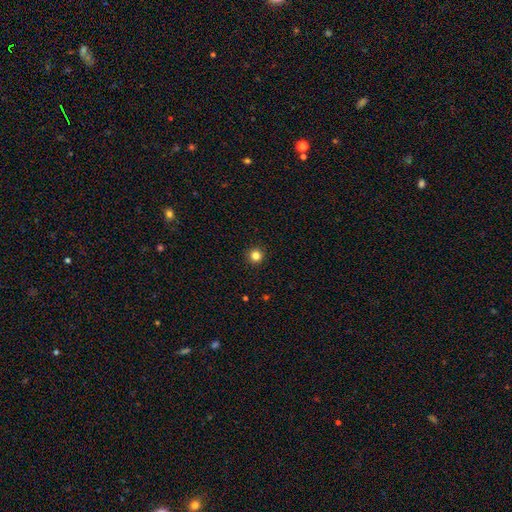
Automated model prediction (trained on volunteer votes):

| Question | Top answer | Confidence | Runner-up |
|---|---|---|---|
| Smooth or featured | smooth | 83% | star or artifact (13%) |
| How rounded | round | 96% | in between (3%) |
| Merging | none | 94% | minor disturbance (4%) |